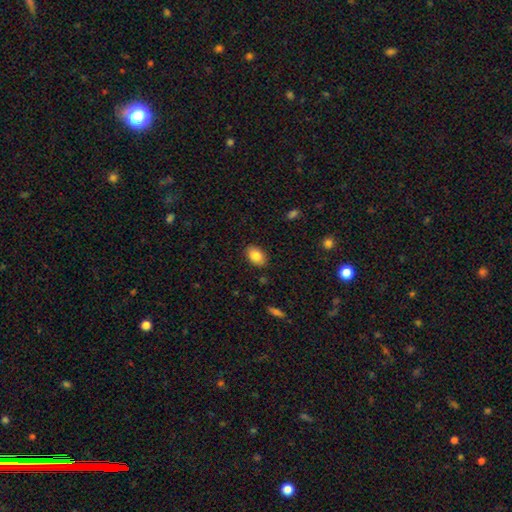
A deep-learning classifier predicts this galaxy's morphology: Smooth or featured? smooth (84%)
How rounded? in between (88%)
Merging? none (87%)